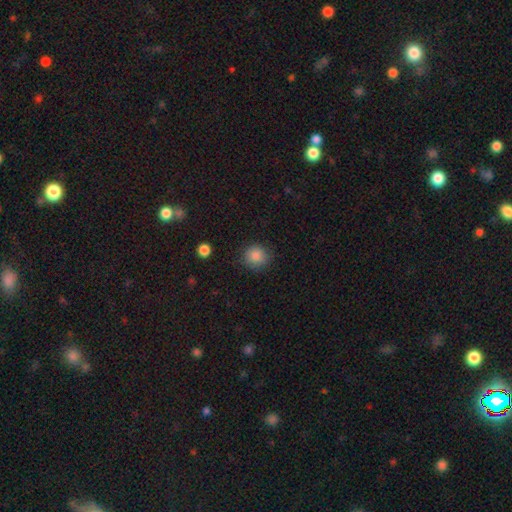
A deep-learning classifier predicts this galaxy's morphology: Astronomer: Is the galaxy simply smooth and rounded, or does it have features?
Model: smooth — 87%.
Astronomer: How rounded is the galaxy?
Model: round — 89%.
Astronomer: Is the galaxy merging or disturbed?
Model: none — 84%.